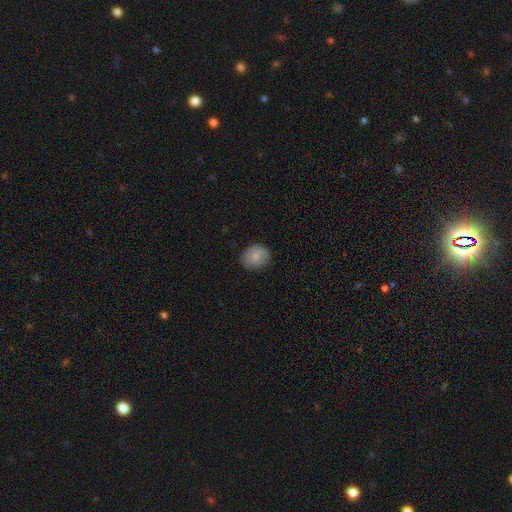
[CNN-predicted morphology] smooth 81%, featured or disk 11%, star or artifact 8%. Down the decision tree: how rounded — round (62%); merging — none (80%).